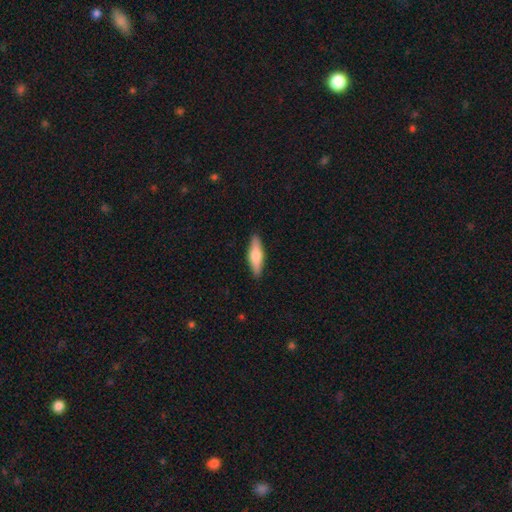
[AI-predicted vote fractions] smooth_or_featured: smooth (p=0.61) [alt: featured or disk p=0.34]
how_rounded: cigar-shaped (p=0.60) [alt: in between p=0.37]
merging: none (p=0.90) [alt: minor disturbance p=0.08]